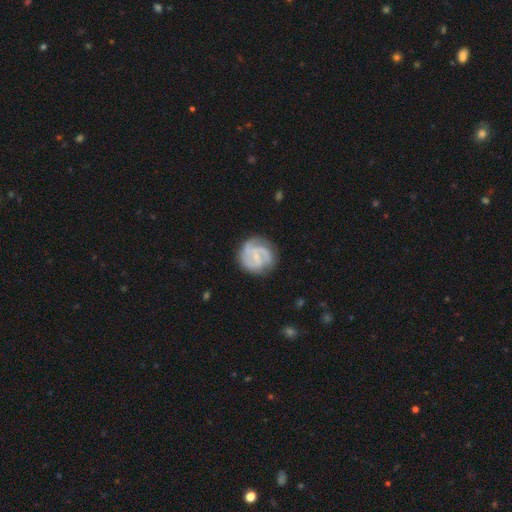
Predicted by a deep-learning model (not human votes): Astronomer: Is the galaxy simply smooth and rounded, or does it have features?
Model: featured or disk — 79%.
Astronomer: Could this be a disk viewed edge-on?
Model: no — 98%.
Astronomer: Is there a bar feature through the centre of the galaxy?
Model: weak — 47% (runner-up: no, 42%).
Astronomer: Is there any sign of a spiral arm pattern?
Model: yes — 94%.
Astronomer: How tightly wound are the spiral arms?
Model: medium — 46% (runner-up: tight, 37%).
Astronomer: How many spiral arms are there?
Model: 2 — 45% (runner-up: 3, 29%).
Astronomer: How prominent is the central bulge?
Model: small — 66%.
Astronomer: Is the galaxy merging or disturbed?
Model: none — 74%.